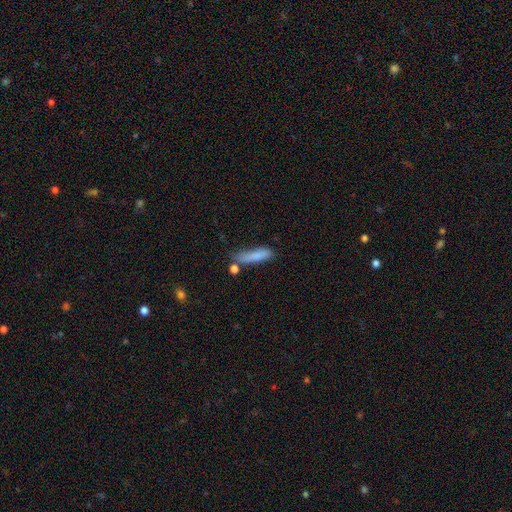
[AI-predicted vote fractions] Overall: smooth (80%). How rounded: cigar-shaped (76%). Merging: none (59%; minor disturbance 24%).